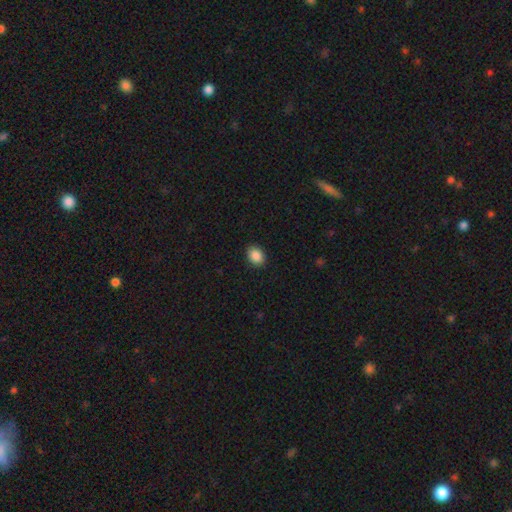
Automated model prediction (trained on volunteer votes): Smooth or featured? Predicted: smooth (p=0.89). How rounded? Predicted: in between (p=0.60). Merging? Predicted: none (p=0.90).